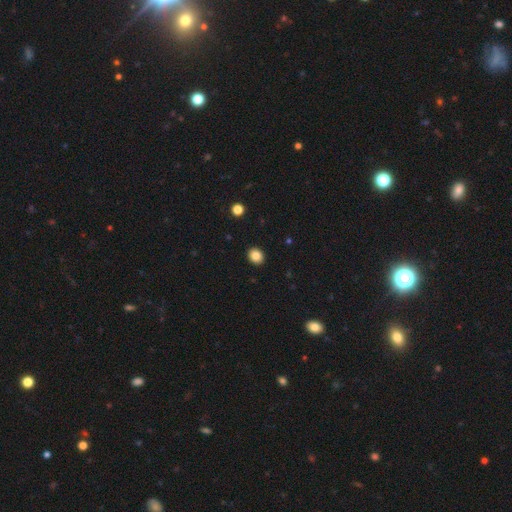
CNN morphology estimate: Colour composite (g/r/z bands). It shows a smooth galaxy with no disk features (85%) that is round (63%). Merging: none (92%).